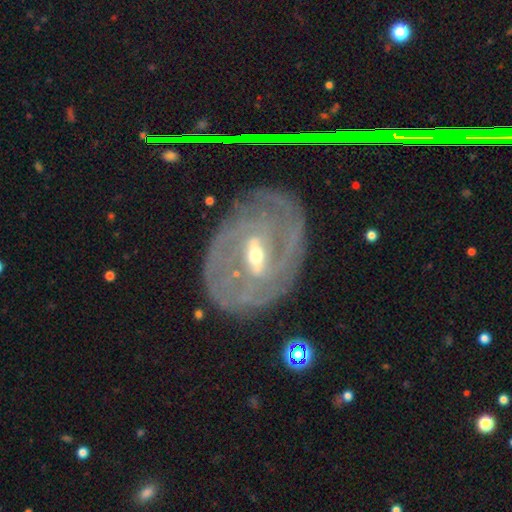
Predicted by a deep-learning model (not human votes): featured or disk 83%, smooth 9%, star or artifact 7%. Down the decision tree: edge-on disk — no (94%); bar — strong (47%); spiral arms — yes (87%); spiral arm count — can't tell (37%); spiral winding — tight (70%); bulge size — small (52%); merging — none (78%).